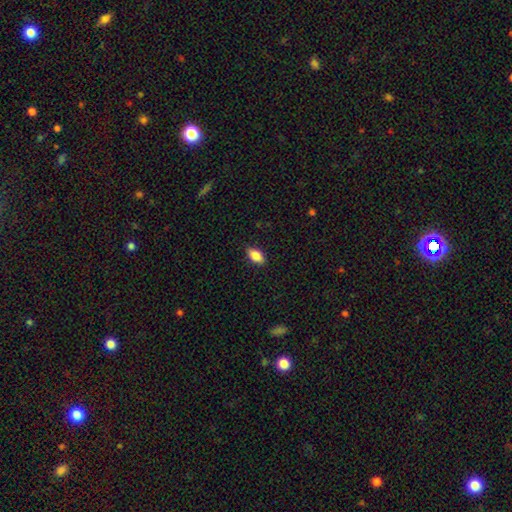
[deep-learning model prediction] The model was most divided on "smooth or featured": smooth: 83%, featured or disk: 9%, star or artifact: 8%. More confident: how rounded — in between (90%); merging — none (87%).